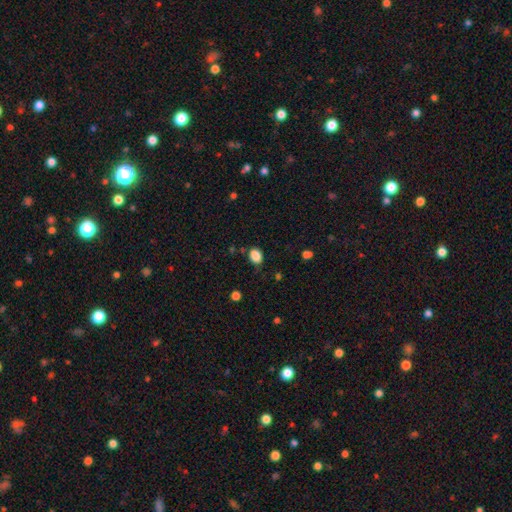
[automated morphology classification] A smooth galaxy with no disk features (87%) that is in between round and cigar-shaped (66%).

Vote fractions:
- Smooth or featured? smooth: 87% / star or artifact: 9% / featured or disk: 4%
- How rounded? in between: 66% / round: 33% / cigar-shaped: 1%
- Merging? none: 77% / minor disturbance: 17% / major disturbance: 4% / merger: 2%